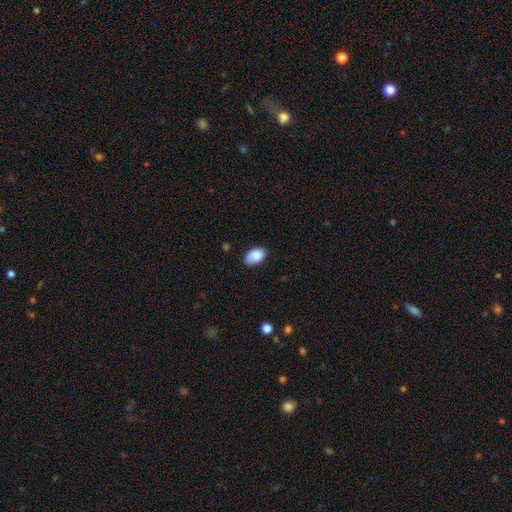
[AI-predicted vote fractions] Smooth or featured: smooth — 86% (star or artifact — 7%)
How rounded: in between — 91% (round — 8%)
Merging: none — 77% (minor disturbance — 19%)